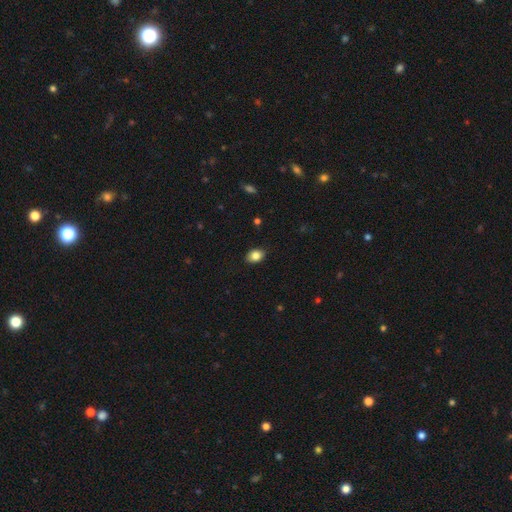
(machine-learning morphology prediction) A smooth galaxy with no disk features (85%) that is in between round and cigar-shaped (75%).

Vote fractions:
- Smooth or featured? smooth: 85% / star or artifact: 8% / featured or disk: 7%
- How rounded? in between: 75% / round: 24% / cigar-shaped: 1%
- Merging? none: 87% / minor disturbance: 10% / major disturbance: 2% / merger: 1%